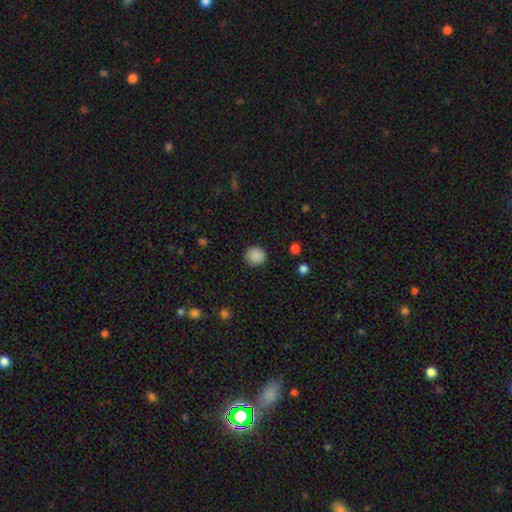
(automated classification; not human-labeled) Overall: smooth (88%). How rounded: round (91%). Merging: none (90%).